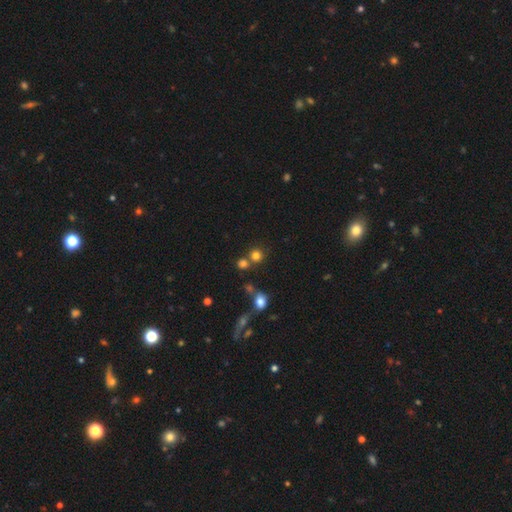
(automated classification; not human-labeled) A smooth galaxy with no disk features (76%) that is round (88%). Merging: none (63%).